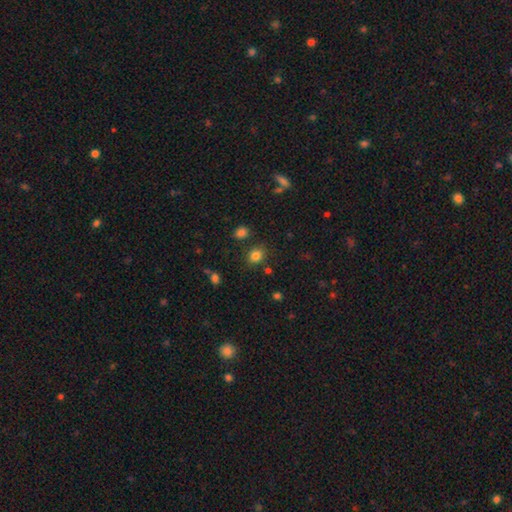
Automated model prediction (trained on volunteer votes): Morphology: type=smooth (81%); roundness=round (65%); merging=none (80%).